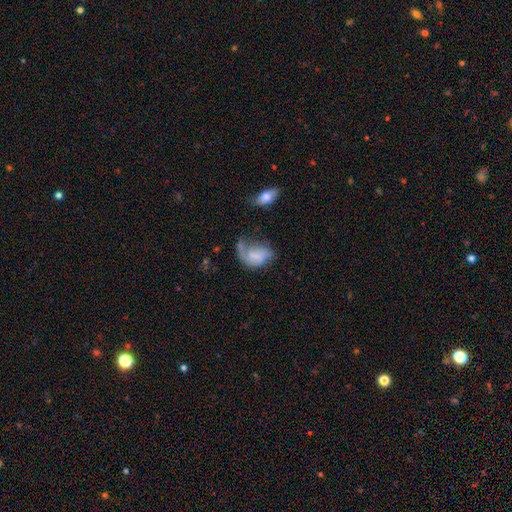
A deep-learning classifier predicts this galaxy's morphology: This appears to be a smooth galaxy with no disk features (47%). Merging: major disturbance (42%).